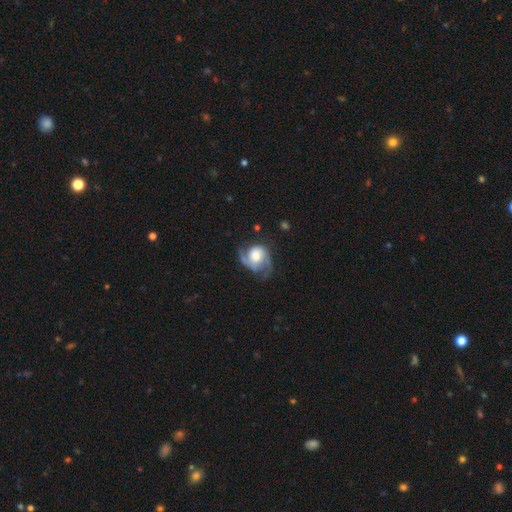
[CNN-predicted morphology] A featured or disk galaxy (73%) with no bar (72%), 2 (71%) medium (44%) spiral arms (92%) and a large central bulge (42%).

Vote fractions:
- Smooth or featured? featured or disk: 73% / smooth: 21% / star or artifact: 6%
- Edge-on disk? no: 98% / yes: 2%
- Bar? no: 72% / weak: 24% / strong: 5%
- Spiral arms? yes: 92% / no: 8%
- Spiral winding? medium: 44% / tight: 30% / loose: 26%
- Spiral arm count? 2: 71% / 1: 13% / can't tell: 8% / 3: 5% / 4: 2% / more than 4: 2%
- Bulge size? large: 42% / moderate: 37% / small: 10% / dominant: 6% / none: 5%
- Merging? none: 53% / minor disturbance: 24% / major disturbance: 21% / merger: 2%